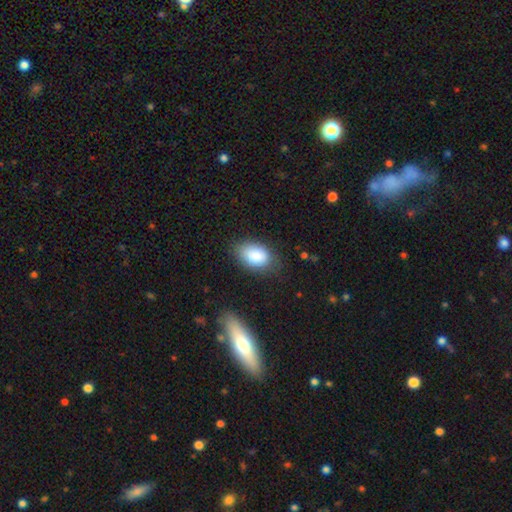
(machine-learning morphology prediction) Q: Smooth or featured?
A: smooth (87%); runner-up: star or artifact (7%)
Q: How rounded?
A: in between (90%); runner-up: round (9%)
Q: Merging?
A: none (76%); runner-up: minor disturbance (17%)